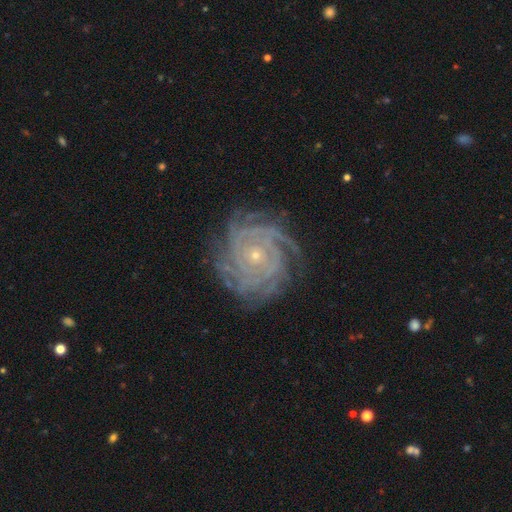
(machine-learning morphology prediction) A featured or disk galaxy (89%) with no bar (79%), more than 4 (25%) tight (84%) spiral arms (98%) and a small central bulge (78%). Merging: none (80%).